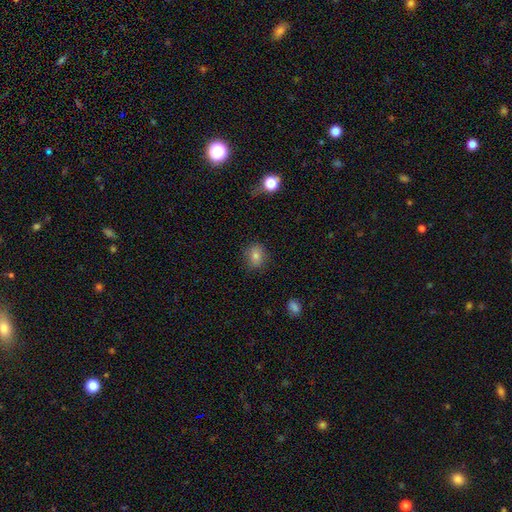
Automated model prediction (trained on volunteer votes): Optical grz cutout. It shows a smooth galaxy with no disk features (76%) that is round (63%). Merging: none (83%).